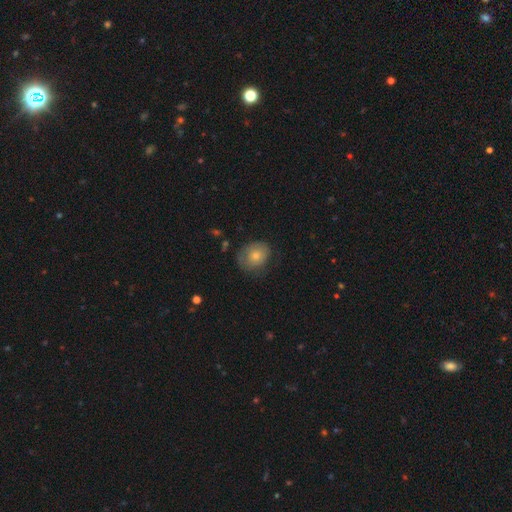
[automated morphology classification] Smooth or featured? Predicted: smooth (p=0.72). How rounded? Predicted: round (p=0.56). Merging? Predicted: none (p=0.64).